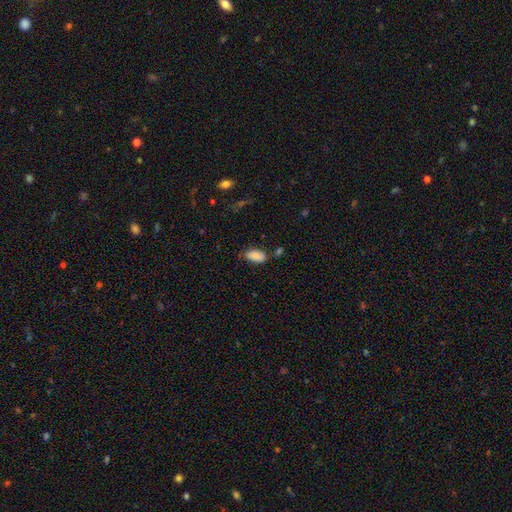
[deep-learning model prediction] A smooth galaxy with no disk features (82%) that is in between round and cigar-shaped (94%). Merging: none (68%).